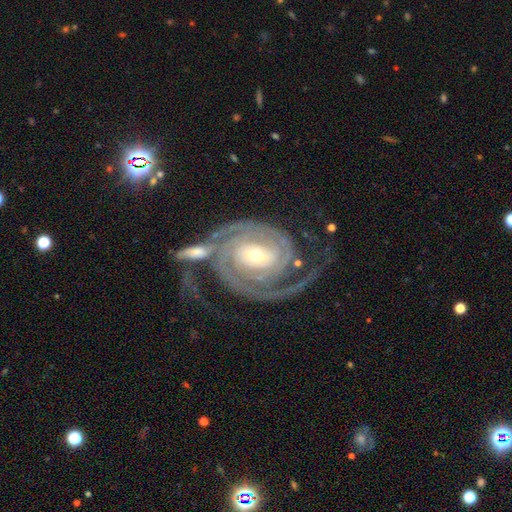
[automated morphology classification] Smooth or featured?
  - featured or disk: 92% *
  - star or artifact: 5%
  - smooth: 3%
Edge-on disk?
  - no: 97% *
  - yes: 3%
Bar?
  - no: 42% *
  - weak: 32%
  - strong: 26%
Spiral arms?
  - yes: 98% *
  - no: 2%
Spiral winding?
  - tight: 72% *
  - medium: 24%
  - loose: 4%
Spiral arm count?
  - 2: 80% *
  - 3: 7%
  - can't tell: 5%
  - 1: 3%
  - 4: 2%
  - more than 4: 2%
Bulge size?
  - small: 55% *
  - moderate: 41%
  - large: 3%
  - none: 1%
  - dominant: 1%
Merging?
  - none: 52% *
  - merger: 20%
  - minor disturbance: 15%
  - major disturbance: 12%